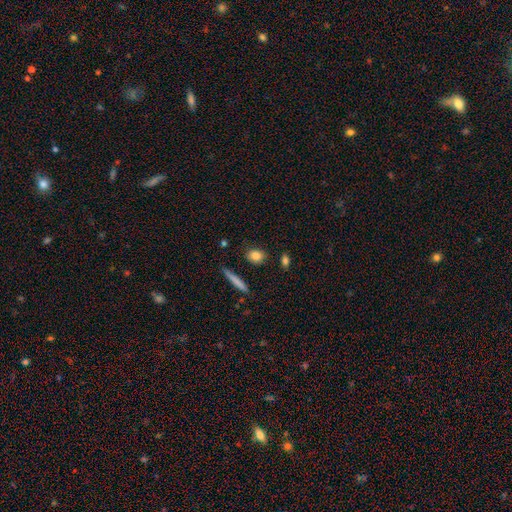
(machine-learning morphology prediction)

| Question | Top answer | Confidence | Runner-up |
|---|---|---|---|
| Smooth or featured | smooth | 84% | star or artifact (8%) |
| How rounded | in between | 57% | round (35%) |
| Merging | none | 85% | minor disturbance (10%) |